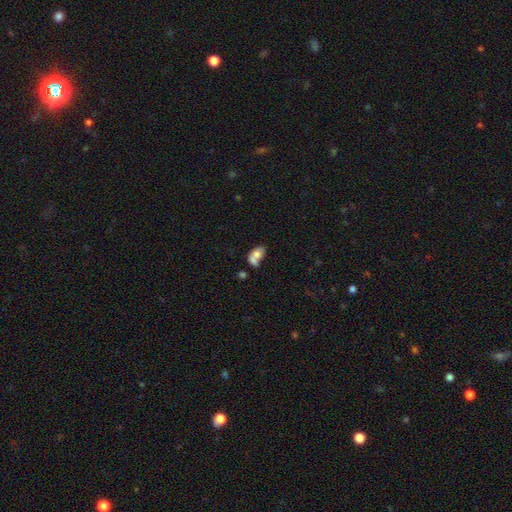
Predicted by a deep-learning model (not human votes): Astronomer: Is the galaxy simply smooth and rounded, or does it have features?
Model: smooth — 64%.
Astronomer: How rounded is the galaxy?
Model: in between — 80%.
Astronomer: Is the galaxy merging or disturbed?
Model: merger — 59%.